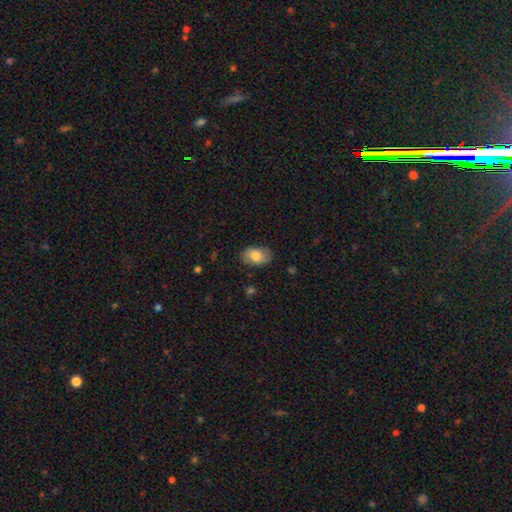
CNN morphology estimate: Smooth or featured: smooth — 77% (featured or disk — 16%)
How rounded: in between — 90% (round — 9%)
Merging: none — 83% (minor disturbance — 13%)